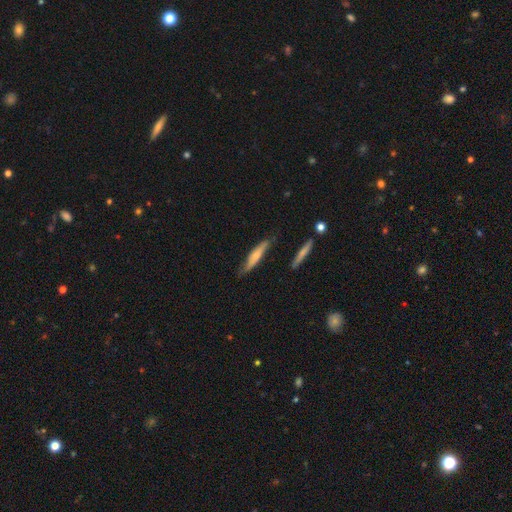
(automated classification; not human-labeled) A smooth galaxy with no disk features (52%) that is cigar-shaped (82%). Merging: none (71%).